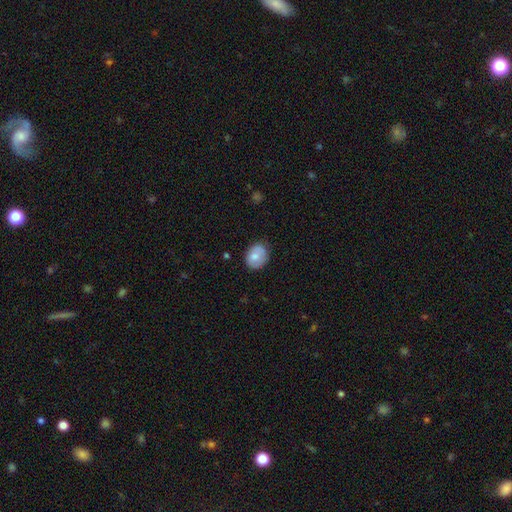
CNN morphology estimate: Smooth or featured: smooth — 77% (featured or disk — 16%)
How rounded: in between — 57% (round — 42%)
Merging: none — 75% (minor disturbance — 20%)